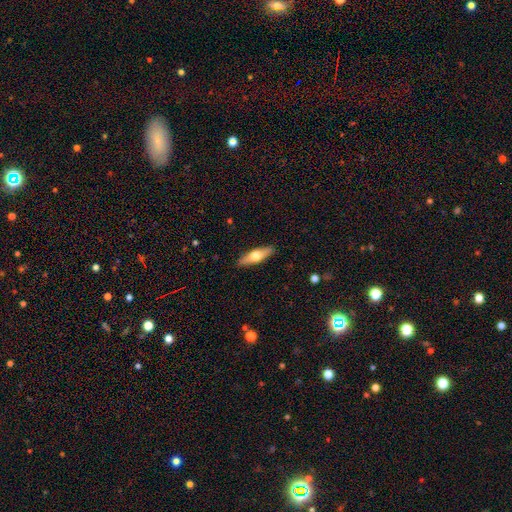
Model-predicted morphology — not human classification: A smooth galaxy with no disk features (55%) that is cigar-shaped (57%). Merging: none (90%).